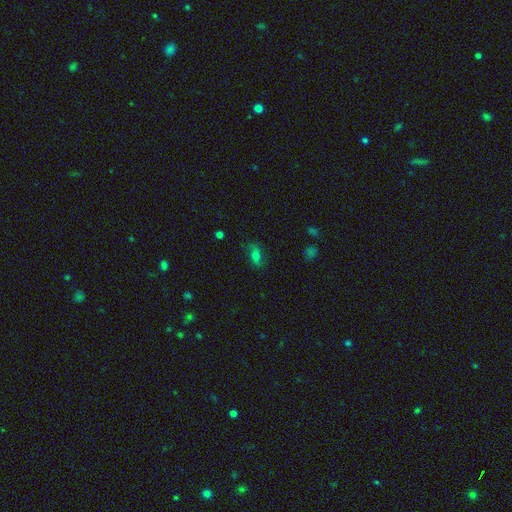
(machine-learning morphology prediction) Smooth or featured? smooth (61%)
How rounded? in between (80%)
Merging? none (71%)